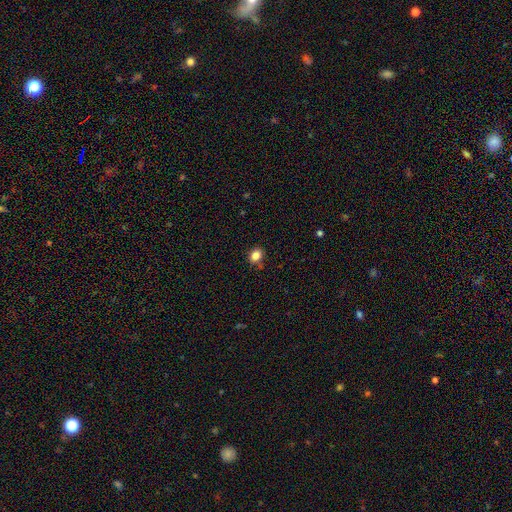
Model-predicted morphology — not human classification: This appears to be a smooth galaxy with no disk features (84%) that is in between round and cigar-shaped (53%). Merging: none (82%).